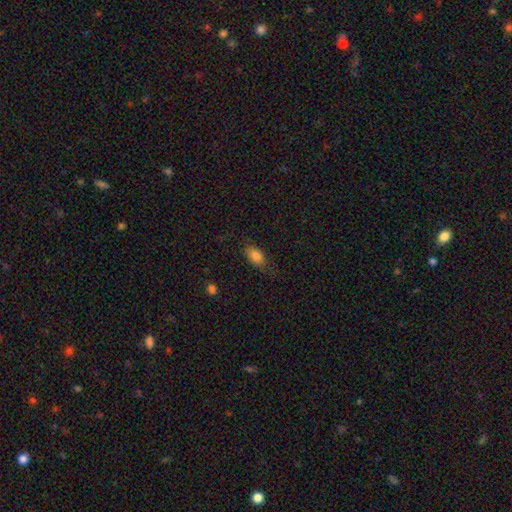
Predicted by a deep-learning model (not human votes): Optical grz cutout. It shows a smooth galaxy with no disk features (82%) that is in between round and cigar-shaped (88%). Merging: none (73%).